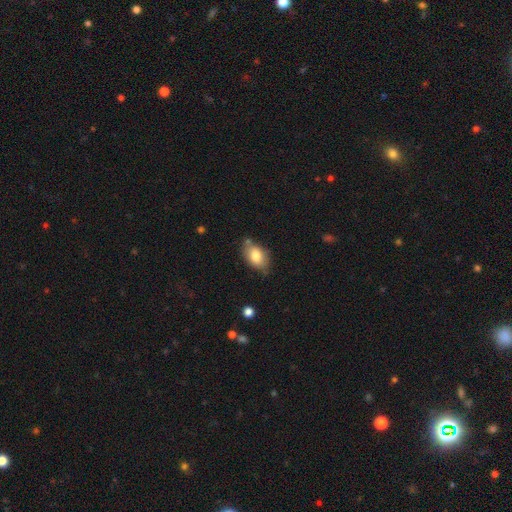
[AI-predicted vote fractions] Smooth or featured?
  - smooth: 79% *
  - featured or disk: 14%
  - star or artifact: 7%
How rounded?
  - in between: 88% *
  - round: 10%
  - cigar-shaped: 2%
Merging?
  - none: 67% *
  - minor disturbance: 22%
  - merger: 6%
  - major disturbance: 4%